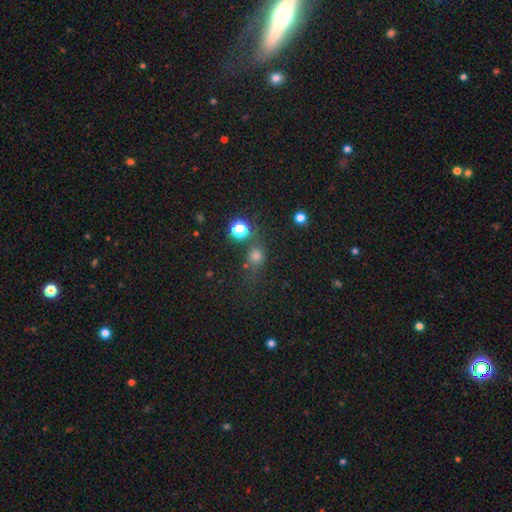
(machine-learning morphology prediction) type=smooth (65%); roundness=round (77%); merging=none (61%).